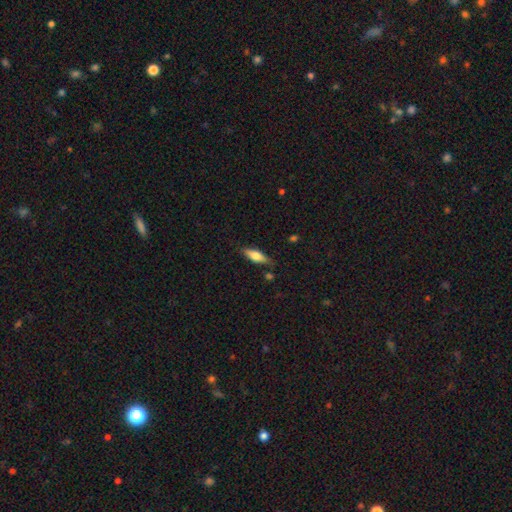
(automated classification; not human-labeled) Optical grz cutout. It shows a smooth galaxy with no disk features (63%) that is in between round and cigar-shaped (58%). Merging: none (79%).